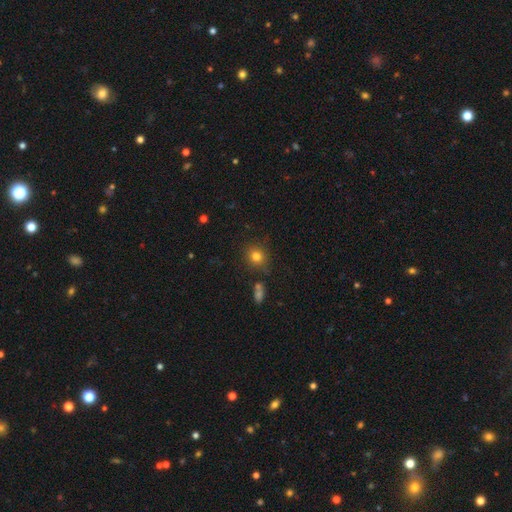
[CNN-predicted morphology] Smooth or featured: smooth — 79% (star or artifact — 13%)
How rounded: round — 80% (in between — 19%)
Merging: none — 82% (minor disturbance — 12%)